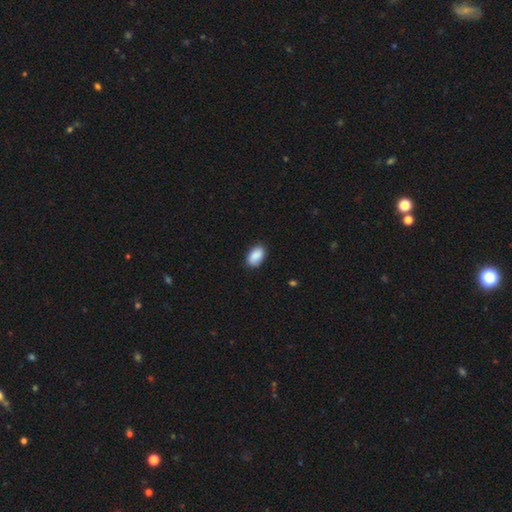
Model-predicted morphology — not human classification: The model was most divided on "merging": none: 86%, minor disturbance: 11%, major disturbance: 2%, merger: 1%. More confident: how rounded — in between (93%); smooth or featured — smooth (90%).